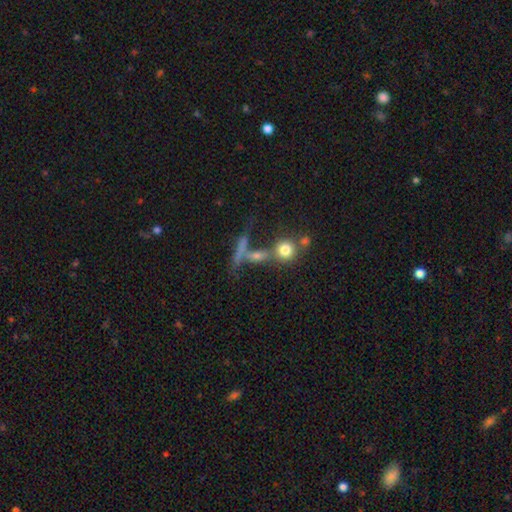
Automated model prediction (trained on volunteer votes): Morphology: type=smooth (57%); roundness=round (59%); merging=none (49%).